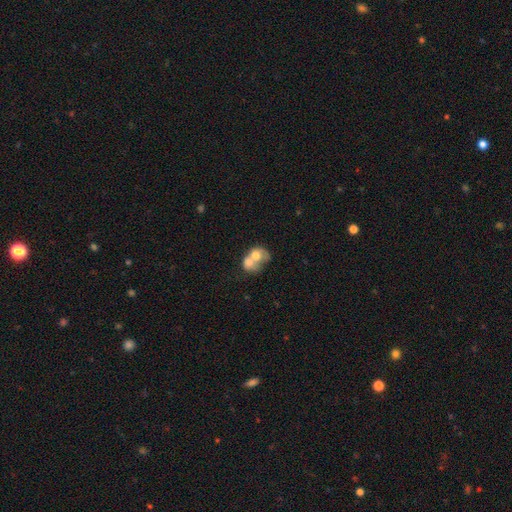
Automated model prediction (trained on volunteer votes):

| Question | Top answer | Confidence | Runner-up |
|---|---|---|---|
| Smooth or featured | smooth | 62% | featured or disk (31%) |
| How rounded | in between | 50% | round (49%) |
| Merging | merger | 79% | none (11%) |